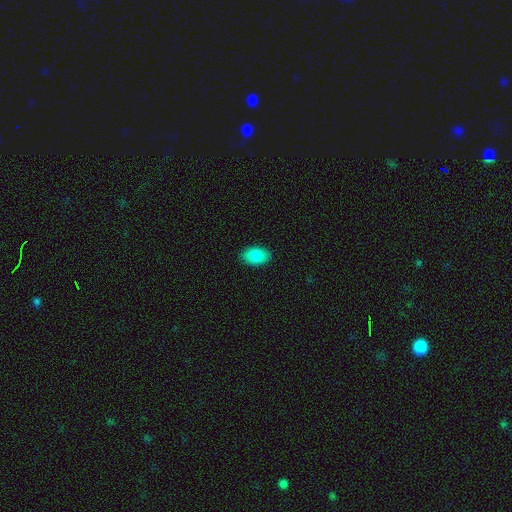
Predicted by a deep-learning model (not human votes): Morphology: type=smooth (86%); roundness=in between (89%); merging=none (89%).